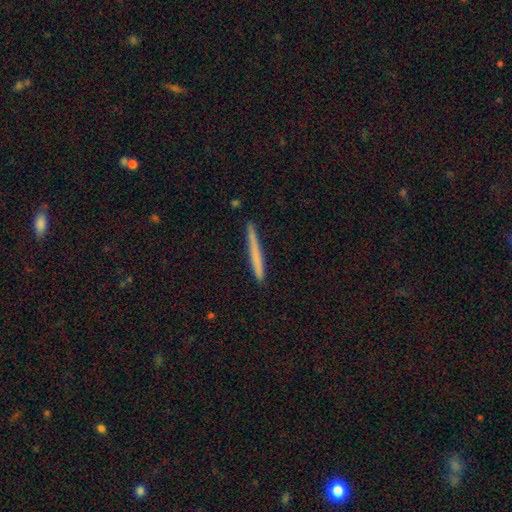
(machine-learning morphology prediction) Q: Smooth or featured?
A: smooth (64%); runner-up: featured or disk (30%)
Q: How rounded?
A: cigar-shaped (97%); runner-up: in between (2%)
Q: Merging?
A: none (90%); runner-up: minor disturbance (8%)